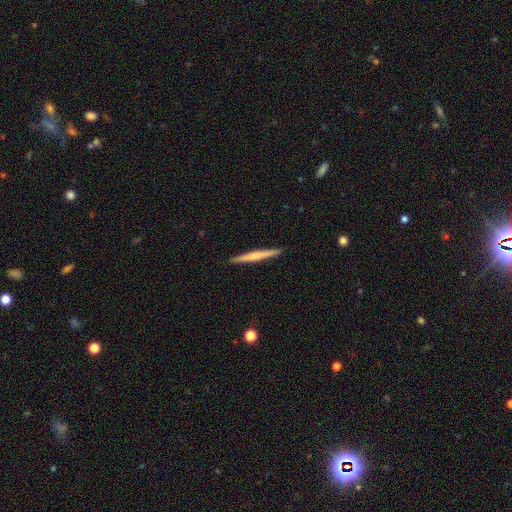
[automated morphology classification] A featured or disk galaxy (51%) viewed edge-on (98%). Merging: none (92%).